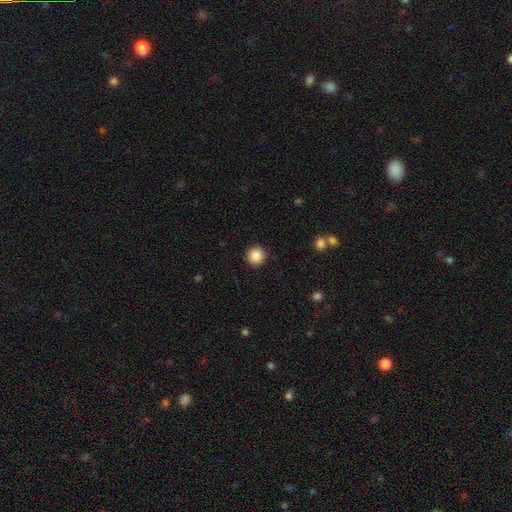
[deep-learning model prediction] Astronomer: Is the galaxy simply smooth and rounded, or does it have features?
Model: smooth — 87%.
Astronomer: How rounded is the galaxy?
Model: round — 95%.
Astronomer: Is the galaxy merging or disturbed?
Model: none — 92%.